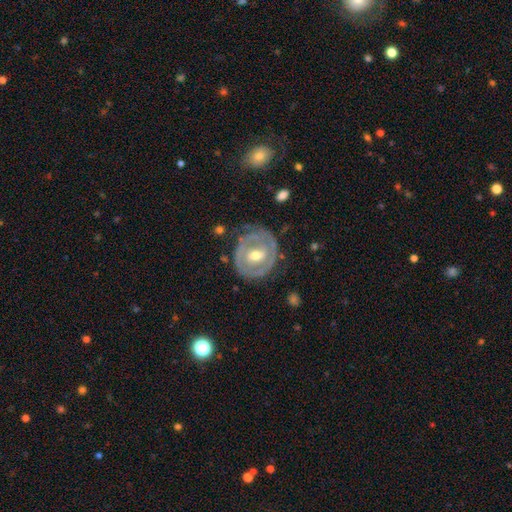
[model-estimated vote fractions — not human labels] Morphology: type=featured or disk (75%); edge-on=no (96%); bar=no (45%); spiral arms=yes (57%); bulge=moderate (74%); merging=none (72%).